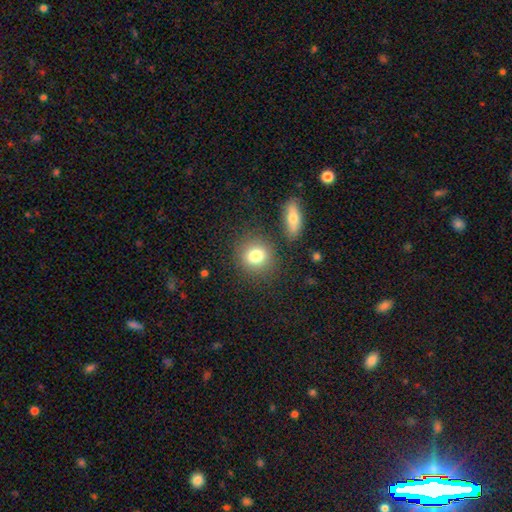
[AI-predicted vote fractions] Smooth or featured?
  - smooth: 81% *
  - star or artifact: 10%
  - featured or disk: 9%
How rounded?
  - round: 75% *
  - in between: 24%
  - cigar-shaped: 1%
Merging?
  - none: 79% *
  - minor disturbance: 10%
  - merger: 8%
  - major disturbance: 3%